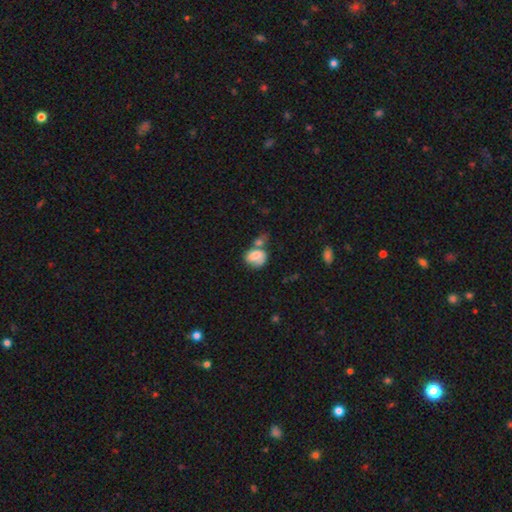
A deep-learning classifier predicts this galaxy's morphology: A smooth galaxy with no disk features (63%) that is in between round and cigar-shaped (57%).

Vote fractions:
- Smooth or featured? smooth: 63% / featured or disk: 28% / star or artifact: 9%
- How rounded? in between: 57% / round: 41% / cigar-shaped: 1%
- Merging? merger: 34% / none: 29% / minor disturbance: 20% / major disturbance: 16%